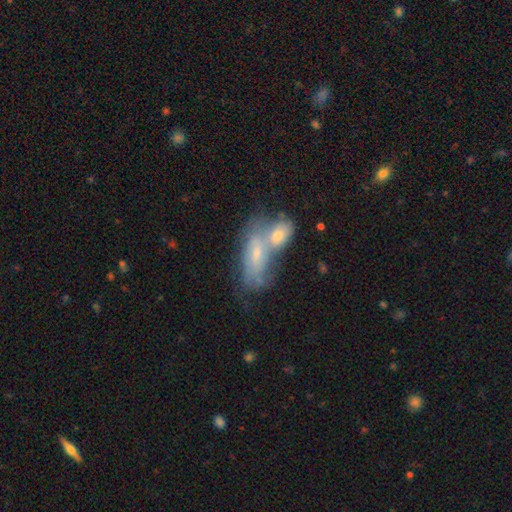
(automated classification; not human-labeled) Smooth or featured? smooth (49%)
Merging? merger (64%)